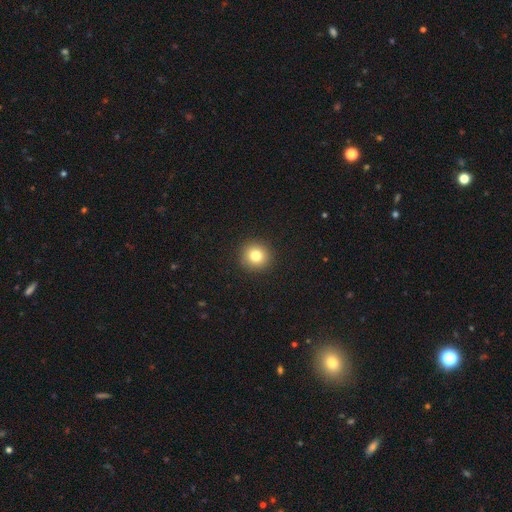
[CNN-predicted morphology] A smooth galaxy with no disk features (80%) that is round (94%).

Vote fractions:
- Smooth or featured? smooth: 80% / star or artifact: 11% / featured or disk: 8%
- How rounded? round: 94% / in between: 5% / cigar-shaped: 1%
- Merging? none: 93% / minor disturbance: 5% / major disturbance: 2% / merger: 1%